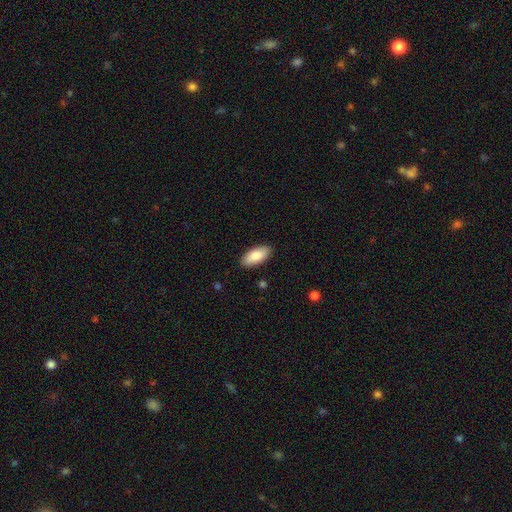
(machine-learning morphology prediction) Smooth or featured? smooth (84%)
How rounded? in between (89%)
Merging? none (89%)